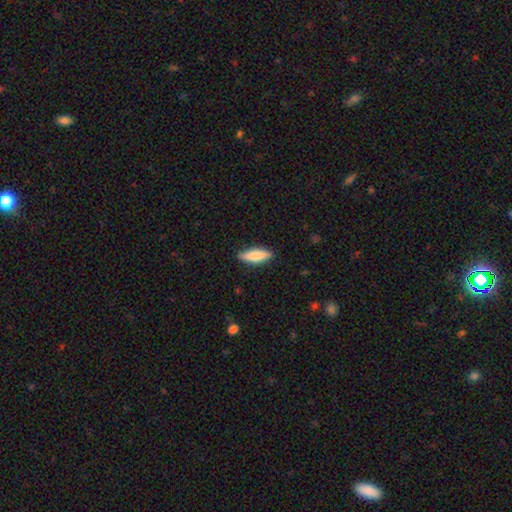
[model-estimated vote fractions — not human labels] Smooth or featured? smooth (79%)
How rounded? cigar-shaped (53%)
Merging? none (87%)